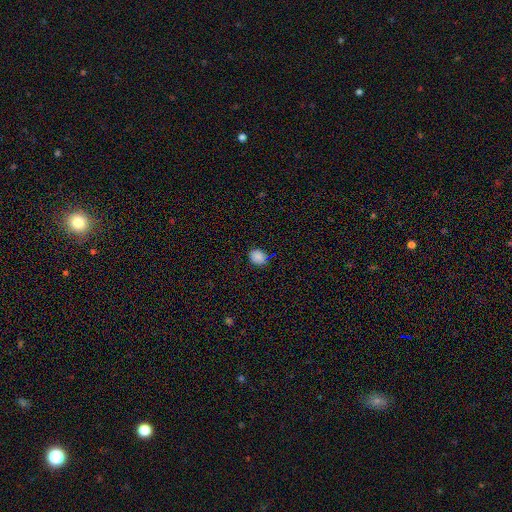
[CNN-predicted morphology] smooth-or-featured: smooth: 84% | star or artifact: 11% | featured or disk: 4%
  how-rounded: round: 65% | in between: 34% | cigar-shaped: 1%
  merging: none: 75% | minor disturbance: 19% | major disturbance: 4% | merger: 3%